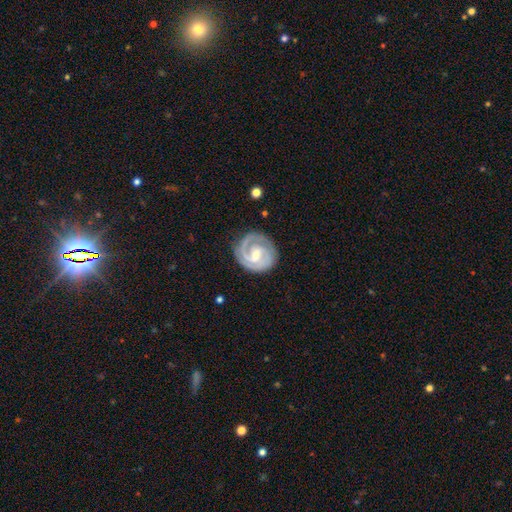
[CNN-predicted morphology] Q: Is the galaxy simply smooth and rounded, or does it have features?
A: featured or disk — 88%.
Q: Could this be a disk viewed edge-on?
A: no — 98%.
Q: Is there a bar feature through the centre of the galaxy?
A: weak — 55%.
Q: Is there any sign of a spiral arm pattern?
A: yes — 97%.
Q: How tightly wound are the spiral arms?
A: tight — 65%.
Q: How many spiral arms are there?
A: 2 — 64%.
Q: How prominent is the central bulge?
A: small — 47%.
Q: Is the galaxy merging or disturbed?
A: none — 79%.